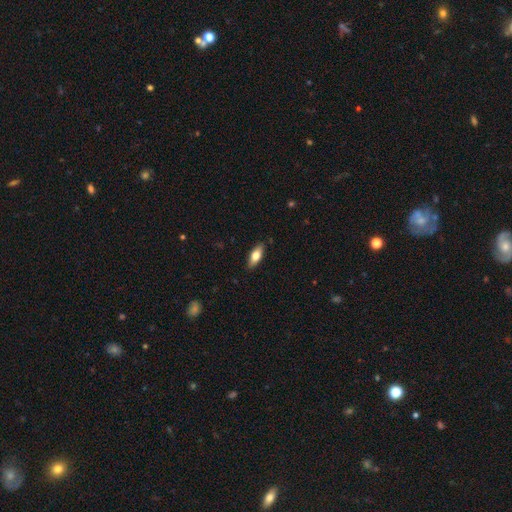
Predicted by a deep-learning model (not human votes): smooth_or_featured: smooth (p=0.72) [alt: featured or disk p=0.22]
how_rounded: in between (p=0.76) [alt: cigar-shaped p=0.22]
merging: none (p=0.88) [alt: minor disturbance p=0.09]